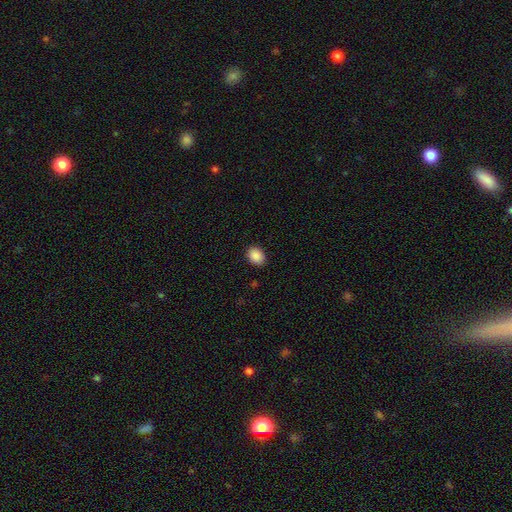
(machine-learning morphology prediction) Smooth or featured? smooth (89%)
How rounded? in between (58%)
Merging? none (89%)